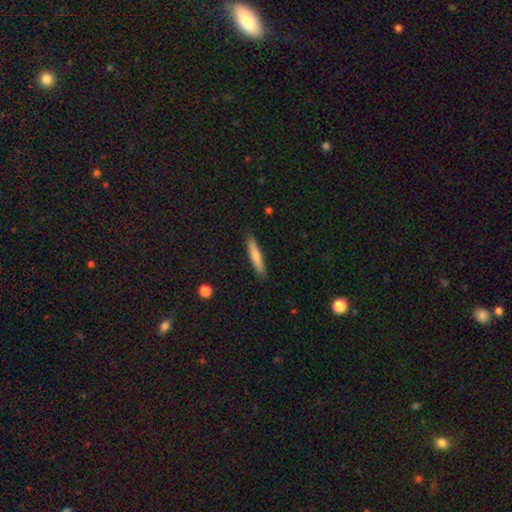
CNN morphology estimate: A smooth galaxy with no disk features (73%) that is cigar-shaped (89%). Merging: none (88%).